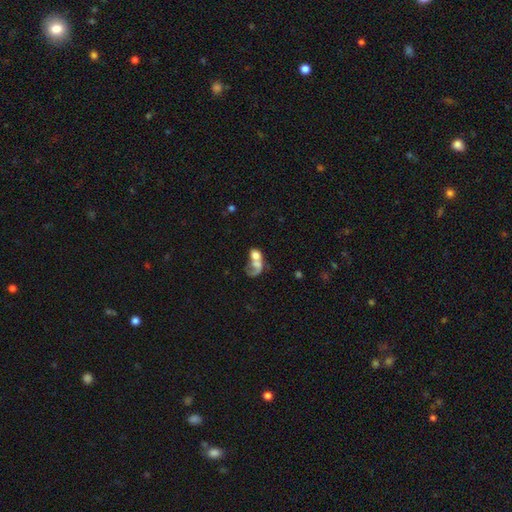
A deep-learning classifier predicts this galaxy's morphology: Smooth or featured? smooth (47%)
Merging? merger (59%)